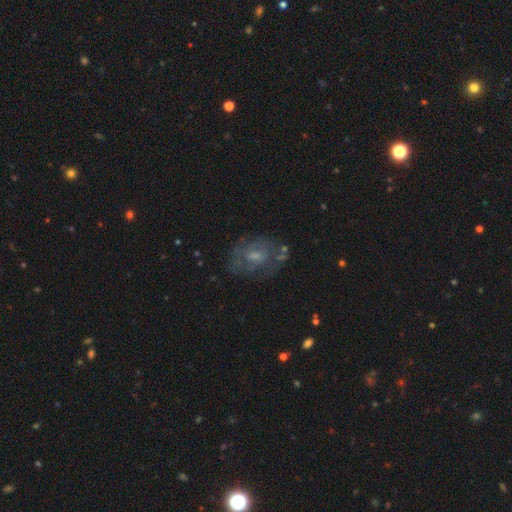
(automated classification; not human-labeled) Q: Smooth or featured?
A: featured or disk (55%); runner-up: smooth (34%)
Q: Edge-on disk?
A: no (96%); runner-up: yes (4%)
Q: Bar?
A: no (61%); runner-up: weak (34%)
Q: Spiral arms?
A: no (57%); runner-up: yes (43%)
Q: Bulge size?
A: small (41%); runner-up: moderate (40%)
Q: Merging?
A: none (59%); runner-up: minor disturbance (21%)